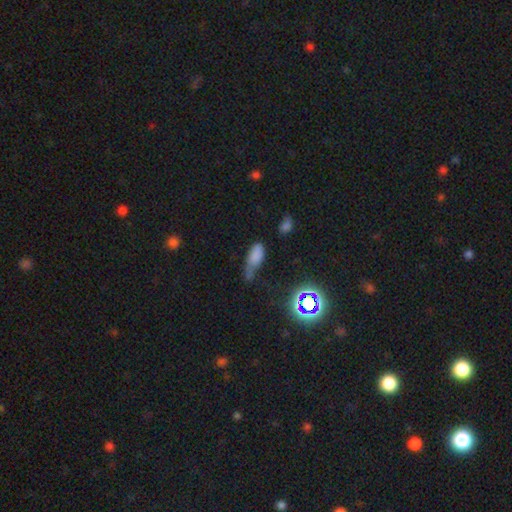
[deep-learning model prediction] A smooth galaxy with no disk features (68%) that is in between round and cigar-shaped (81%). Merging: minor disturbance (38%).